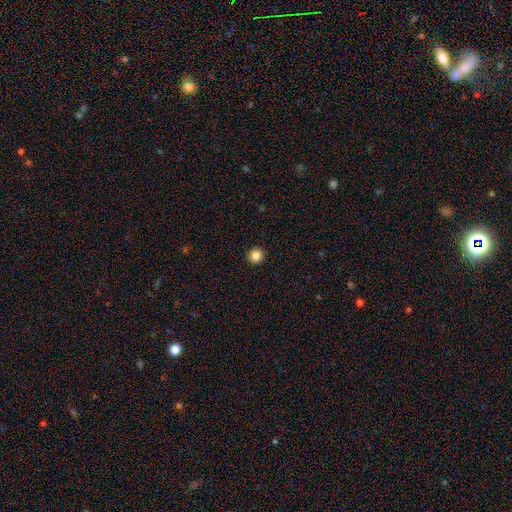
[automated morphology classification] A smooth galaxy with no disk features (85%) that is round (95%). Merging: none (94%).